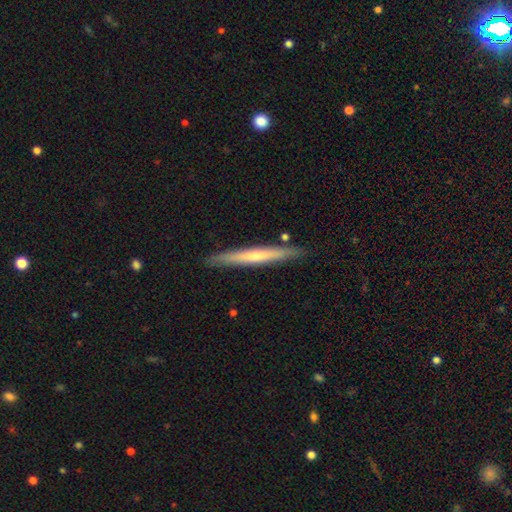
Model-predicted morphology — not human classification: This is possibly a smooth galaxy (48%). Merging: clearly none (88%).